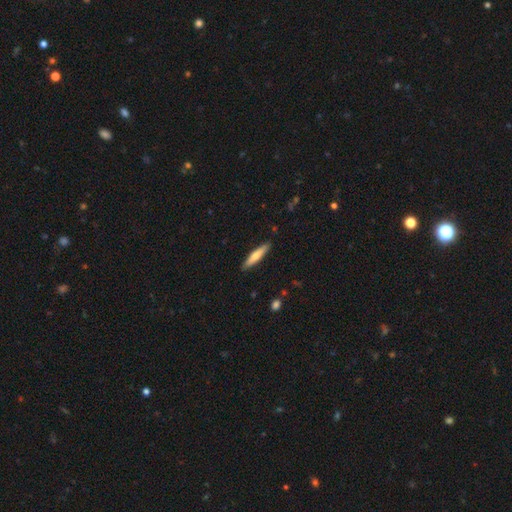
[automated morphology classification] A smooth galaxy with no disk features (63%) that is cigar-shaped (86%).

Vote fractions:
- Smooth or featured? smooth: 63% / featured or disk: 32% / star or artifact: 5%
- How rounded? cigar-shaped: 86% / in between: 12% / round: 1%
- Merging? none: 89% / minor disturbance: 8% / major disturbance: 2% / merger: 1%